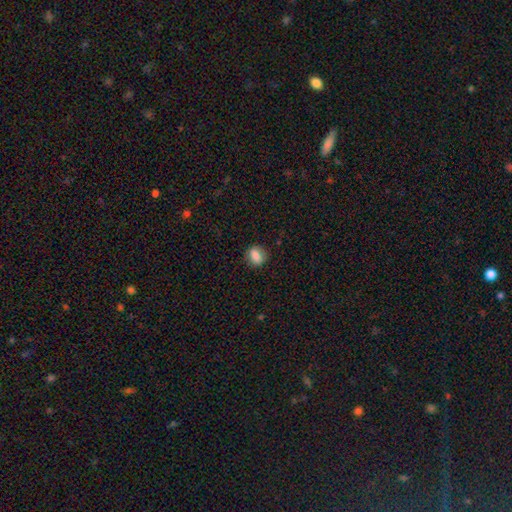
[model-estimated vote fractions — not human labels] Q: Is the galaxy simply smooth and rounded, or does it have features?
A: smooth — 85%.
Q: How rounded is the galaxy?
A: in between — 51%.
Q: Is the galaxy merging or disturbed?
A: none — 83%.